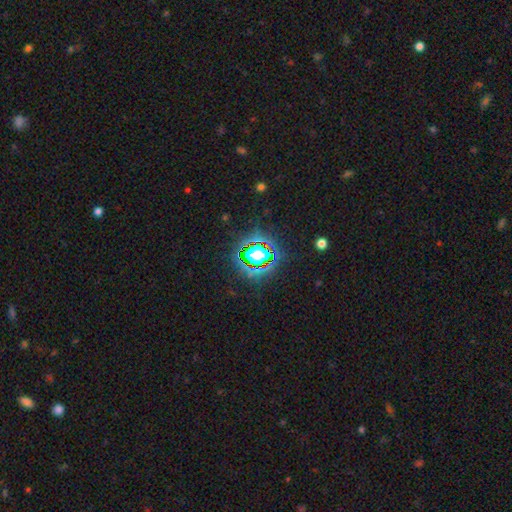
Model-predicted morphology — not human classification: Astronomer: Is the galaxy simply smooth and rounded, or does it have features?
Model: star or artifact — 80%.